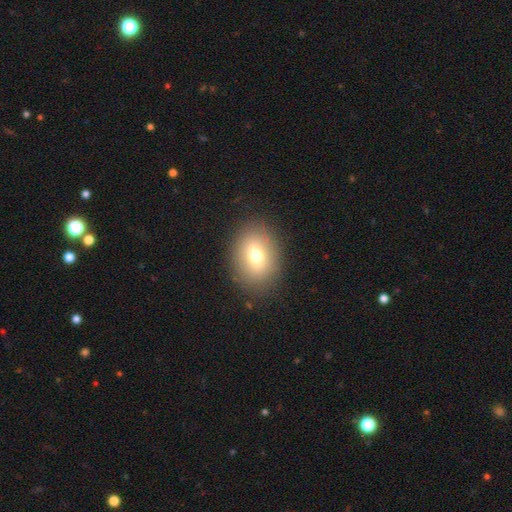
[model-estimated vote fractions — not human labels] Morphology: type=smooth (65%); roundness=in between (68%); merging=none (86%).